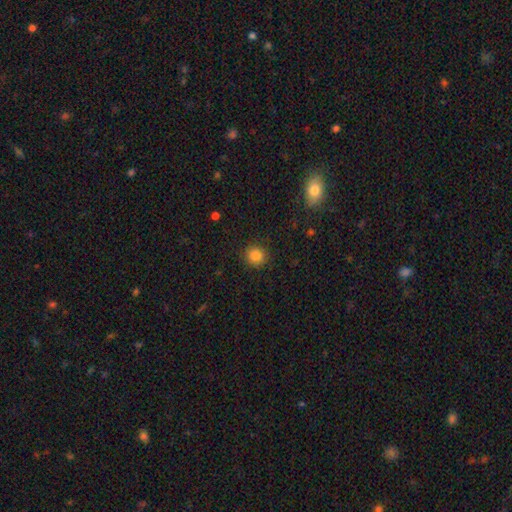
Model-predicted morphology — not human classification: A smooth galaxy with no disk features (84%) that is round (88%).

Vote fractions:
- Smooth or featured? smooth: 84% / star or artifact: 11% / featured or disk: 5%
- How rounded? round: 88% / in between: 11% / cigar-shaped: 1%
- Merging? none: 90% / minor disturbance: 7% / major disturbance: 2% / merger: 1%